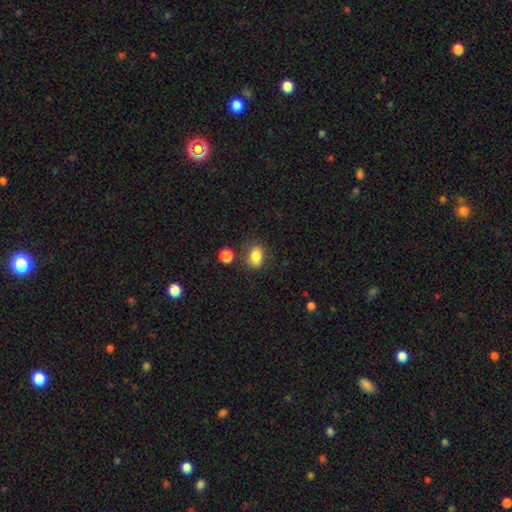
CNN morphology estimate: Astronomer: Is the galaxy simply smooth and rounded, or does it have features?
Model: smooth — 82%.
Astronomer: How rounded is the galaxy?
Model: in between — 76%.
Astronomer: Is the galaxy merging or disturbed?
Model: none — 66%.